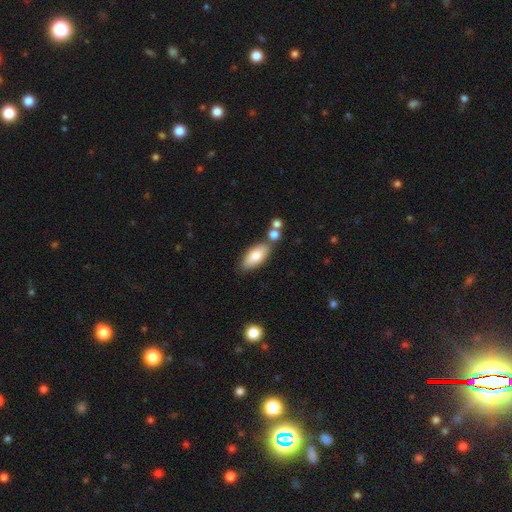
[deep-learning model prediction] smooth 77%, featured or disk 17%, star or artifact 7%. Down the decision tree: how rounded — in between (85%); merging — none (72%).